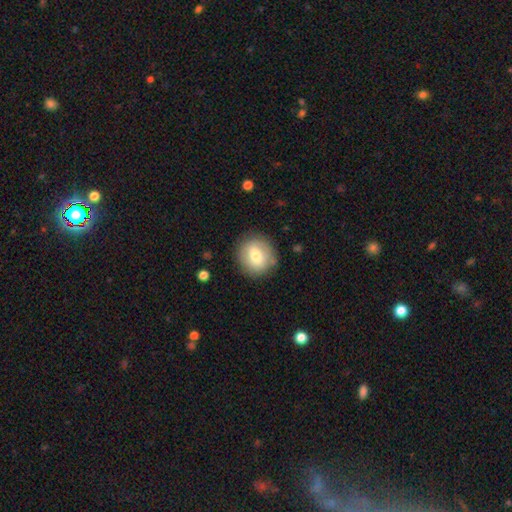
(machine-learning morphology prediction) Overall: smooth (68%). How rounded: round (87%). Merging: none (84%).